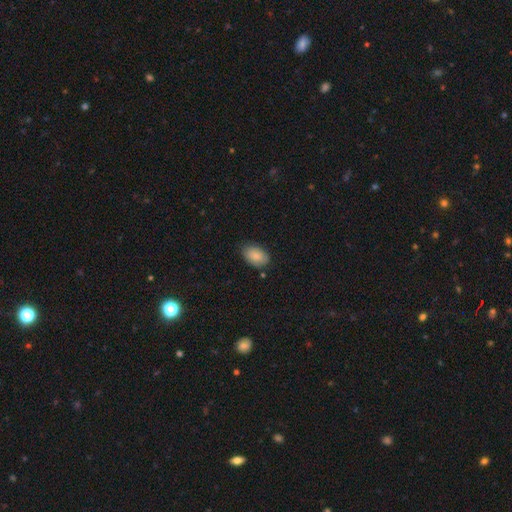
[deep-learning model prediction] Smooth or featured? smooth (87%)
How rounded? in between (91%)
Merging? none (79%)